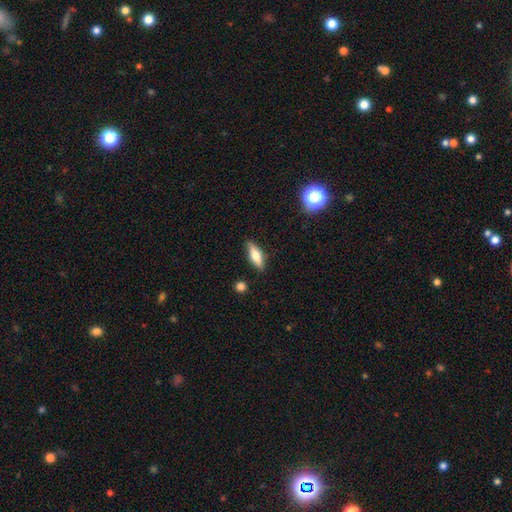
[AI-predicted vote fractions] The model was most divided on "how rounded": in between: 50%, cigar-shaped: 47%, round: 3%. More confident: merging — none (86%); smooth or featured — smooth (59%).